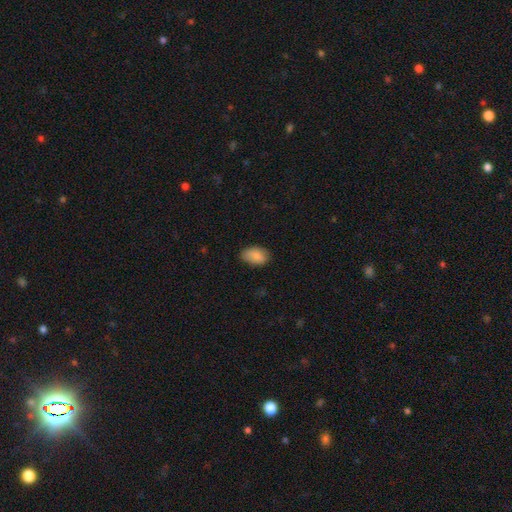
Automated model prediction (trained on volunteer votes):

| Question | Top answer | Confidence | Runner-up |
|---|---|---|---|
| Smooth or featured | smooth | 88% | star or artifact (7%) |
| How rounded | in between | 90% | round (9%) |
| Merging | none | 78% | minor disturbance (18%) |